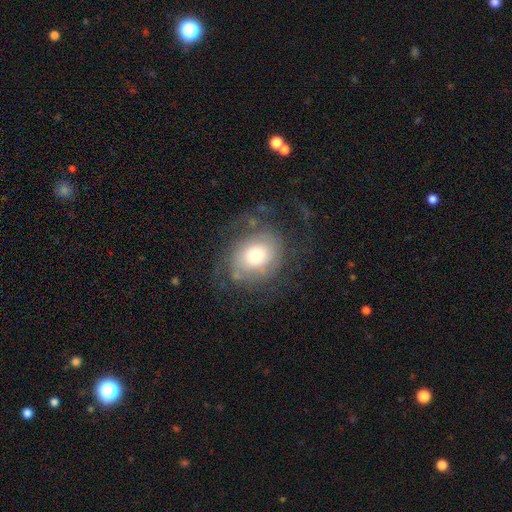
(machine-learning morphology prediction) type=featured or disk (46%); merging=none (55%).